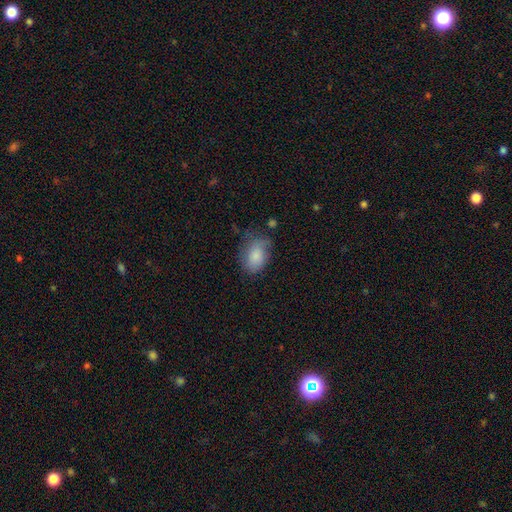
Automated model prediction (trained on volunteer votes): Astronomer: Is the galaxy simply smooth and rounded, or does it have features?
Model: smooth — 82%.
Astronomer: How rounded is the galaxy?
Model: in between — 86%.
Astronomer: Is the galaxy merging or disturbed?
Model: none — 54% (runner-up: minor disturbance, 32%).